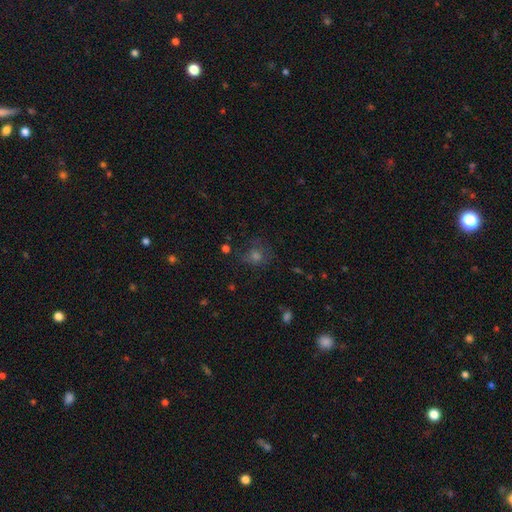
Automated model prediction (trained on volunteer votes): Overall: smooth (50%; star or artifact 32%). Merging: none (69%).